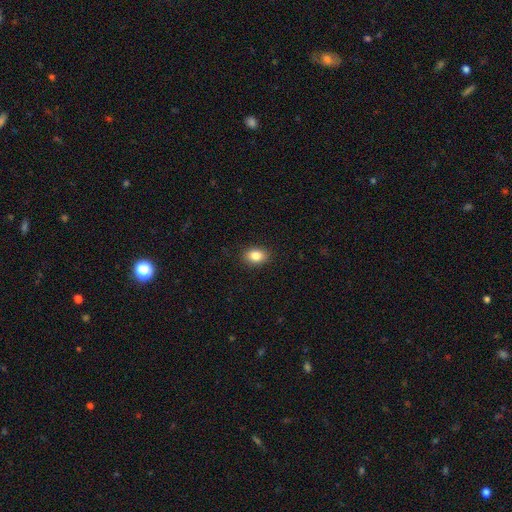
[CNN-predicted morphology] A smooth galaxy with no disk features (85%) that is in between round and cigar-shaped (75%). Merging: none (89%).